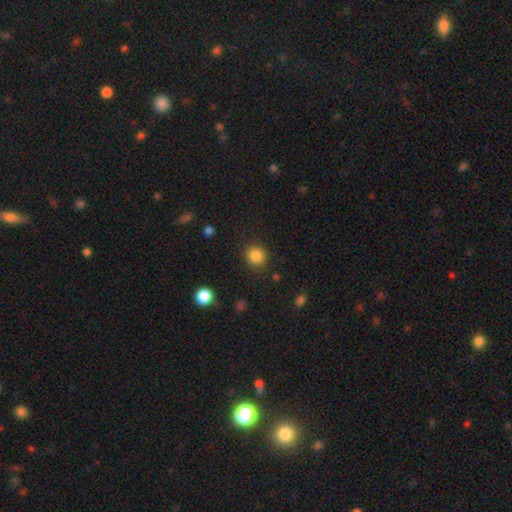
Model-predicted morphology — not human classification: smooth-or-featured: smooth: 85% | star or artifact: 11% | featured or disk: 4%
  how-rounded: round: 88% | in between: 11% | cigar-shaped: 1%
  merging: none: 88% | minor disturbance: 8% | major disturbance: 3% | merger: 1%